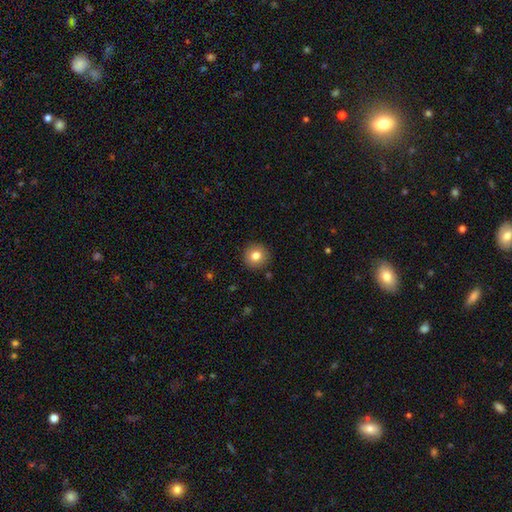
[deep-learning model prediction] smooth_or_featured: smooth (p=0.80) [alt: star or artifact p=0.10]
how_rounded: round (p=0.94) [alt: in between p=0.05]
merging: none (p=0.91) [alt: minor disturbance p=0.06]